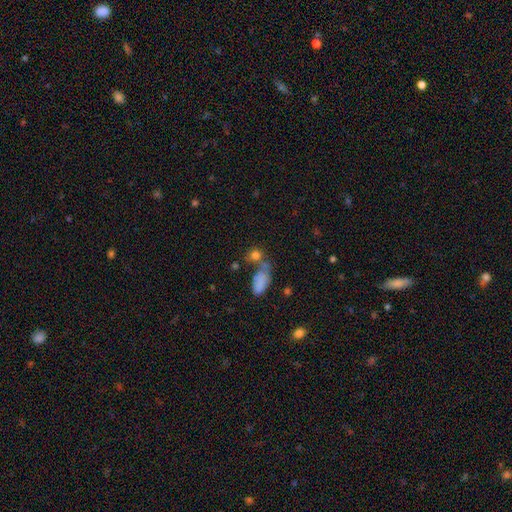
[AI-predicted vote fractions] A smooth galaxy with no disk features (78%) that is round (55%).

Vote fractions:
- Smooth or featured? smooth: 78% / star or artifact: 13% / featured or disk: 9%
- How rounded? round: 55% / in between: 41% / cigar-shaped: 4%
- Merging? none: 50% / merger: 30% / minor disturbance: 13% / major disturbance: 8%